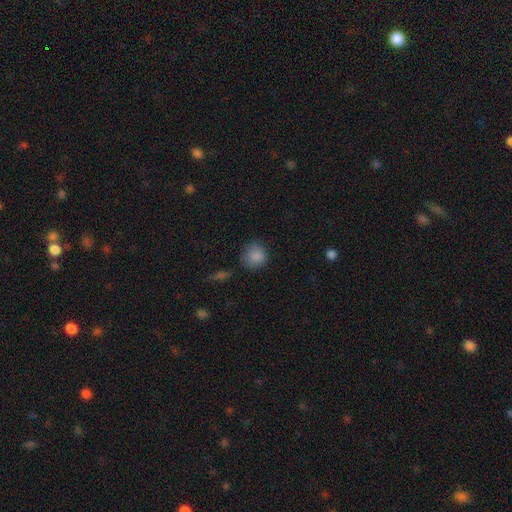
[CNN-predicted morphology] Smooth or featured? smooth (85%)
How rounded? round (88%)
Merging? none (76%)